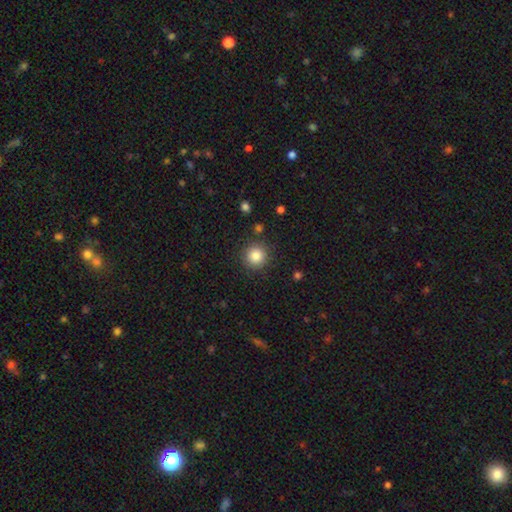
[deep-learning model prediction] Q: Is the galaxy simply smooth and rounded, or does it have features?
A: smooth — 84%.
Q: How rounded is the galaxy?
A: round — 94%.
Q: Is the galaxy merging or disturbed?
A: none — 89%.